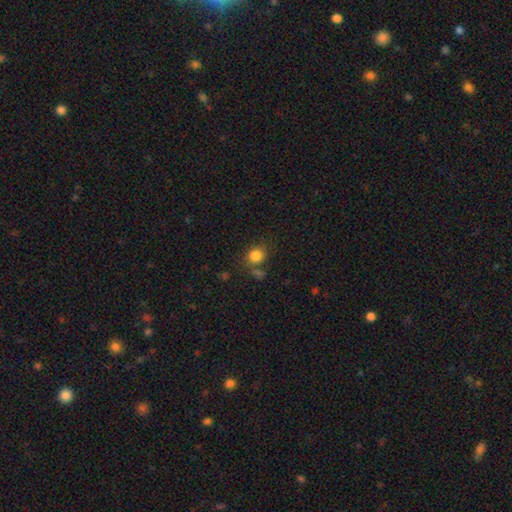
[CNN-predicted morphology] This is clearly a smooth galaxy (83%). How rounded: likely round (71%). Merging: likely none (69%).